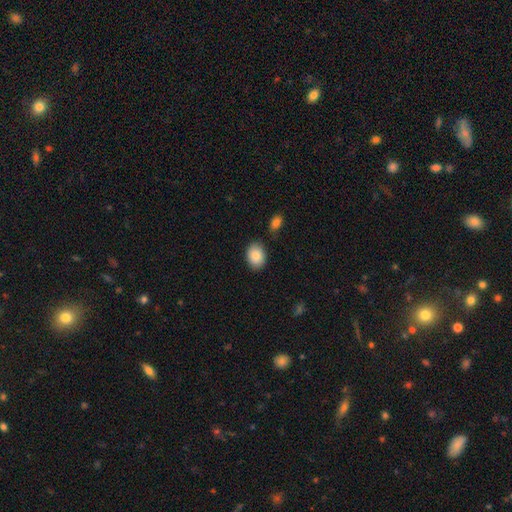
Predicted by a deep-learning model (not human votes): A smooth galaxy with no disk features (84%) that is in between round and cigar-shaped (75%). Merging: none (82%).